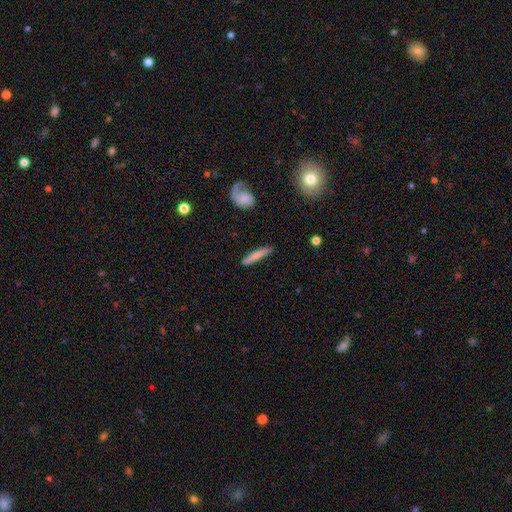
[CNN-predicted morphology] This appears to be a smooth galaxy with no disk features (72%) that is cigar-shaped (92%). Merging: none (83%).